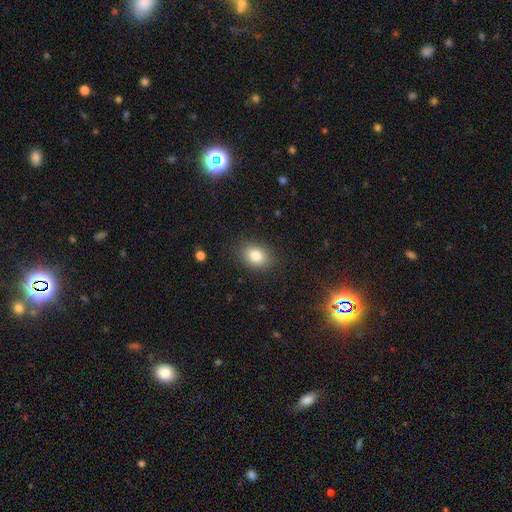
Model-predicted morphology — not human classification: This appears to be a smooth galaxy with no disk features (83%) that is in between round and cigar-shaped (67%). Merging: none (86%).